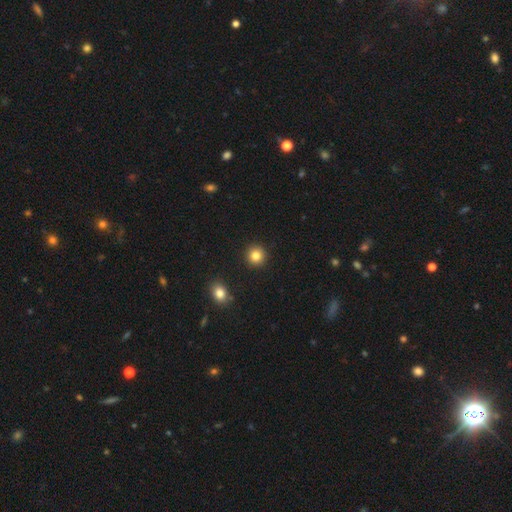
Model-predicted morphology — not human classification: Overall: smooth (84%). How rounded: round (93%). Merging: none (93%).